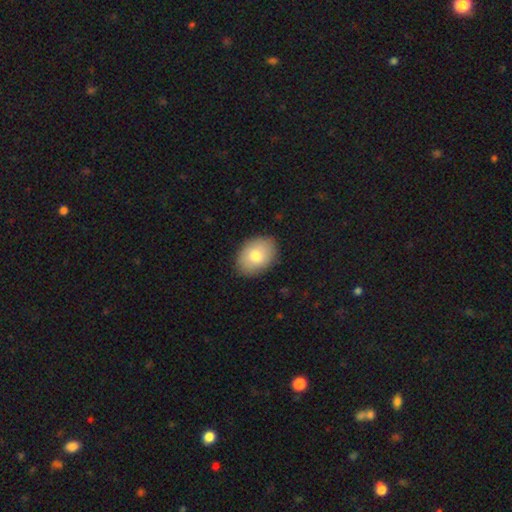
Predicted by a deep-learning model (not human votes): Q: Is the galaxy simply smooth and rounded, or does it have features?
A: smooth — 79%.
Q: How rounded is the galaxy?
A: in between — 78%.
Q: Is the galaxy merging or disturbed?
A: none — 87%.